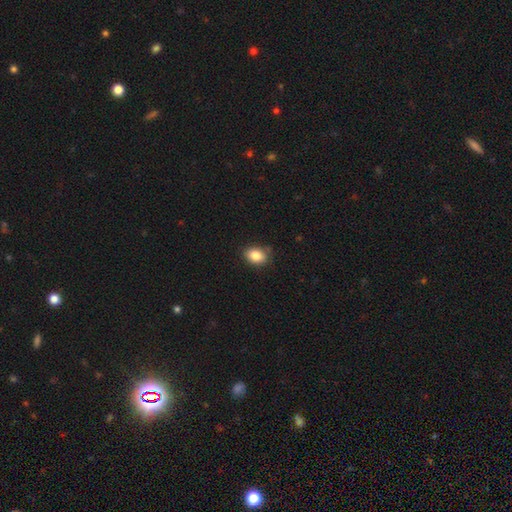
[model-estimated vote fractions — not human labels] A smooth galaxy with no disk features (85%) that is in between round and cigar-shaped (70%).

Vote fractions:
- Smooth or featured? smooth: 85% / star or artifact: 9% / featured or disk: 6%
- How rounded? in between: 70% / round: 29% / cigar-shaped: 1%
- Merging? none: 81% / minor disturbance: 14% / major disturbance: 3% / merger: 2%